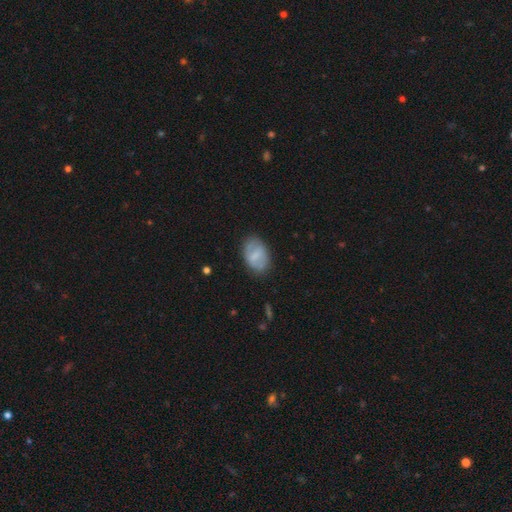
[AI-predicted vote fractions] This appears to be a smooth galaxy with no disk features (59%) that is in between round and cigar-shaped (87%). Merging: none (74%).